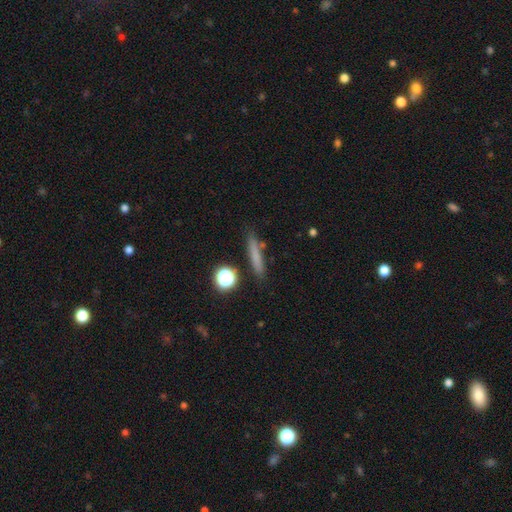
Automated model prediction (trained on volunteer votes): Morphology: type=smooth (69%); roundness=cigar-shaped (85%); merging=none (81%).